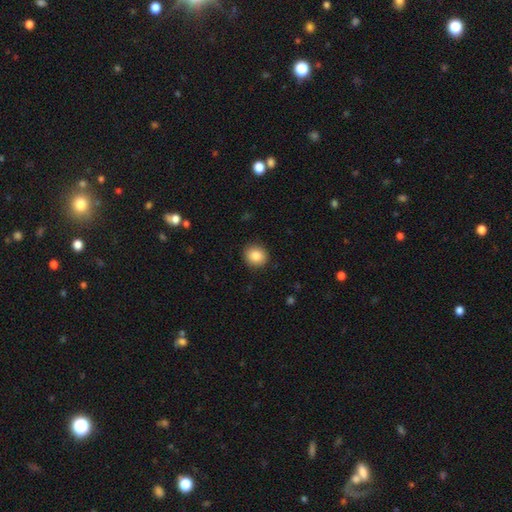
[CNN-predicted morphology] Smooth or featured? Predicted: smooth (p=0.86). How rounded? Predicted: round (p=0.82). Merging? Predicted: none (p=0.90).